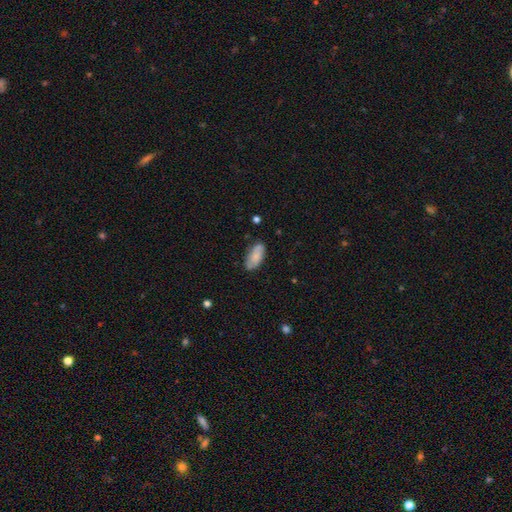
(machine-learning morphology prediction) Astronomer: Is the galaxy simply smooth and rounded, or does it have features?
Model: smooth — 76%.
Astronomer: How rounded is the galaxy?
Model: in between — 90%.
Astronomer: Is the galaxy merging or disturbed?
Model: none — 76%.